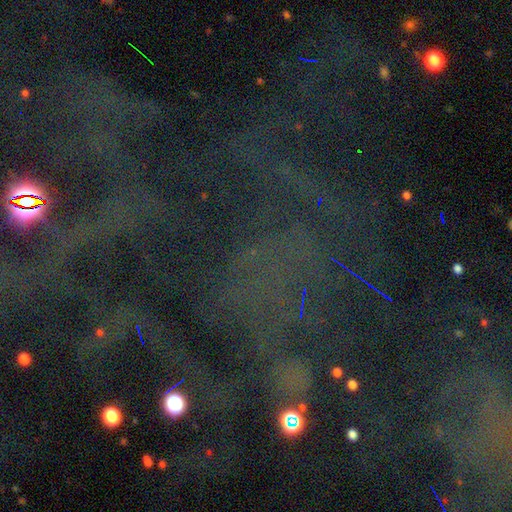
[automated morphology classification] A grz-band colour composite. It shows a star or artifact, not a galaxy (75%).